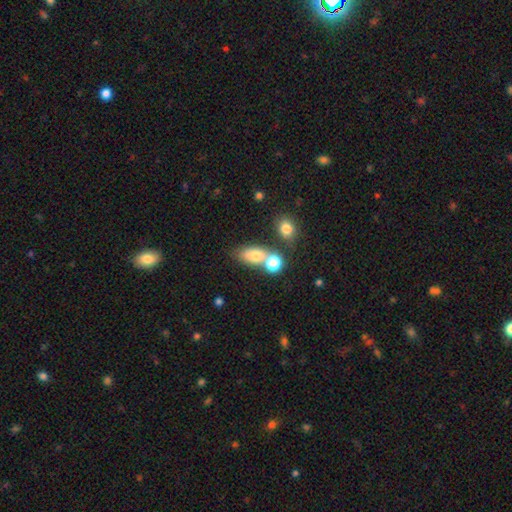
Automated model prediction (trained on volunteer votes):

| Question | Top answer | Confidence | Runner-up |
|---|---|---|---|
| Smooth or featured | smooth | 74% | featured or disk (13%) |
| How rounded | in between | 74% | round (19%) |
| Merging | none | 50% | merger (32%) |